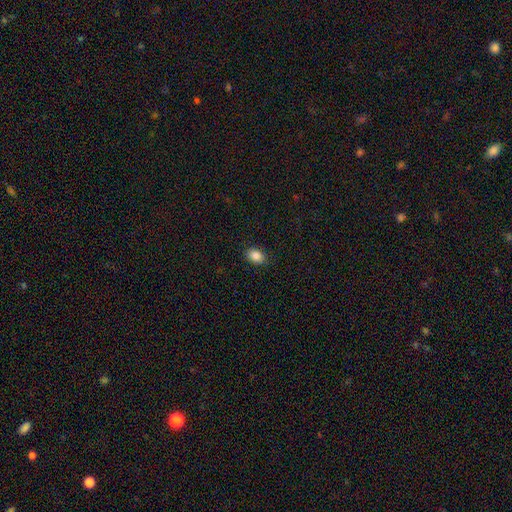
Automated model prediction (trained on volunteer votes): Smooth or featured? Predicted: smooth (p=0.87). How rounded? Predicted: in between (p=0.72). Merging? Predicted: none (p=0.87).